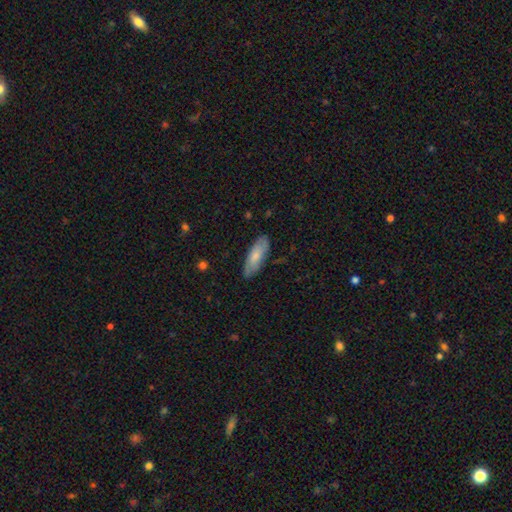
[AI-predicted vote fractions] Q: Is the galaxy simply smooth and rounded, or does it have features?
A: smooth — 70%.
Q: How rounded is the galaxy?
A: in between — 68%.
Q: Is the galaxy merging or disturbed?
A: none — 81%.